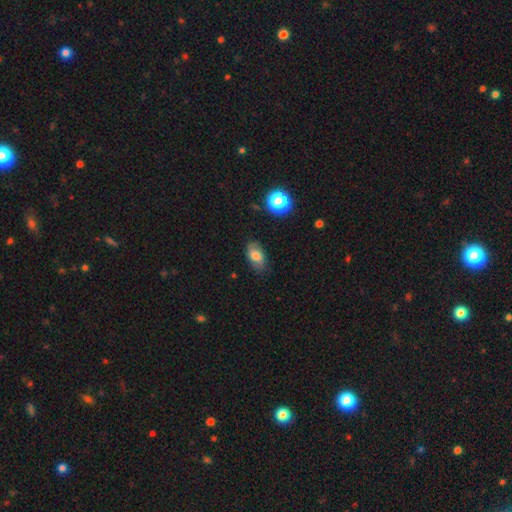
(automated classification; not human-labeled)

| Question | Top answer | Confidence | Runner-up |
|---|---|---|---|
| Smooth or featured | smooth | 72% | featured or disk (18%) |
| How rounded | in between | 89% | round (9%) |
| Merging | none | 73% | minor disturbance (21%) |